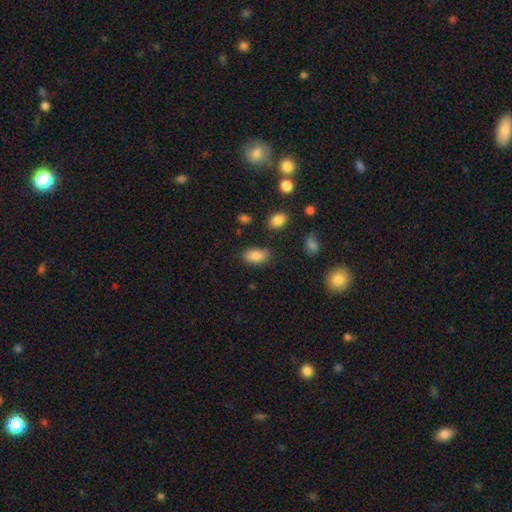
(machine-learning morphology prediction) smooth-or-featured: smooth: 85% | star or artifact: 9% | featured or disk: 6%
  how-rounded: in between: 91% | round: 7% | cigar-shaped: 2%
  merging: none: 77% | minor disturbance: 16% | major disturbance: 4% | merger: 3%